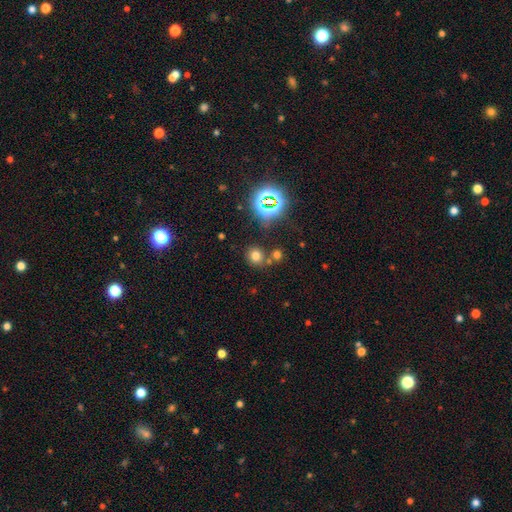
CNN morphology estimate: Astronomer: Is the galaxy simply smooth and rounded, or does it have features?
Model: smooth — 67%.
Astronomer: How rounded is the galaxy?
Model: round — 84%.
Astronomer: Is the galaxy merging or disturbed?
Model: none — 71%.